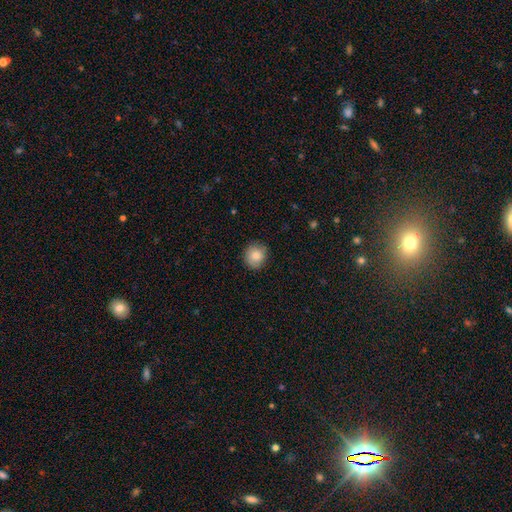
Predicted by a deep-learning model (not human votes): smooth-or-featured: smooth: 83% | featured or disk: 9% | star or artifact: 8%
  how-rounded: round: 86% | in between: 13% | cigar-shaped: 1%
  merging: none: 85% | minor disturbance: 11% | major disturbance: 2% | merger: 1%